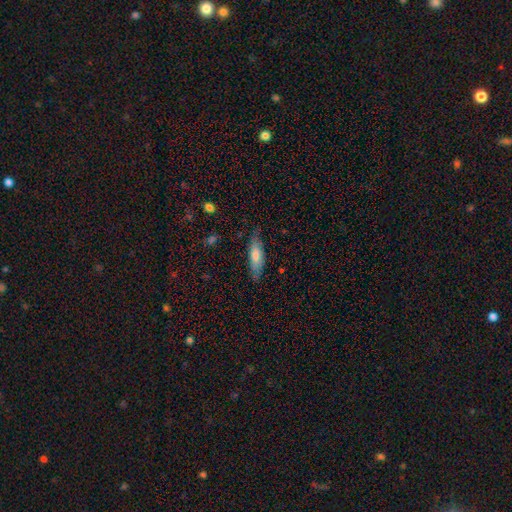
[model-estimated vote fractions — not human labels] A smooth galaxy with no disk features (69%) that is cigar-shaped (52%).

Vote fractions:
- Smooth or featured? smooth: 69% / featured or disk: 25% / star or artifact: 6%
- How rounded? cigar-shaped: 52% / in between: 46% / round: 2%
- Merging? none: 76% / minor disturbance: 18% / major disturbance: 4% / merger: 1%